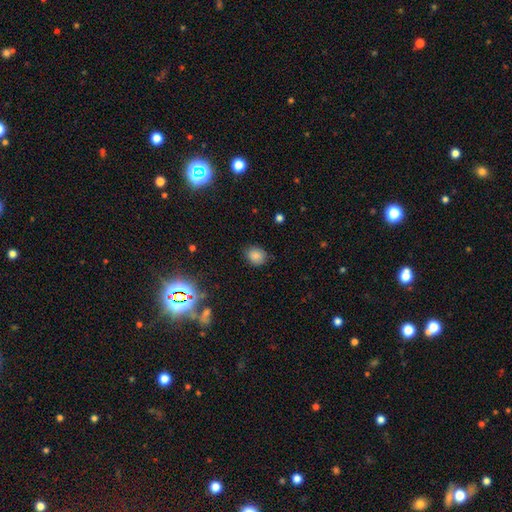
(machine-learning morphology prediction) Smooth or featured? smooth (81%)
How rounded? round (63%)
Merging? none (82%)